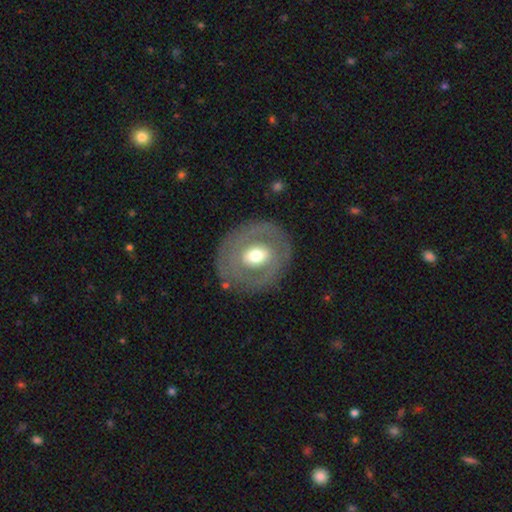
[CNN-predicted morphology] This is possibly a featured or disk galaxy (59%). It is clearly not viewed edge-on (94%). Bar: possibly no (46%). Spiral arm pattern: likely no (73%). Central bulge: likely moderate (66%). Merging: clearly none (80%).